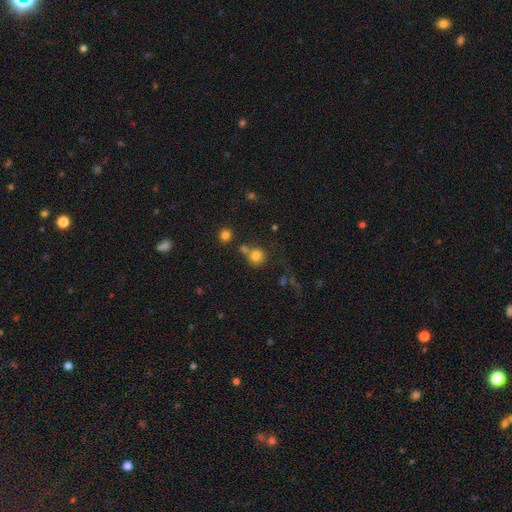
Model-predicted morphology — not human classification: Q: Smooth or featured?
A: smooth (79%); runner-up: star or artifact (13%)
Q: How rounded?
A: round (88%); runner-up: in between (11%)
Q: Merging?
A: none (59%); runner-up: merger (26%)